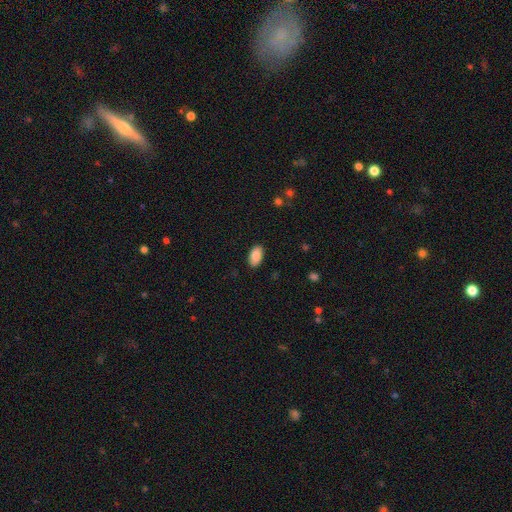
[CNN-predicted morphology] smooth_or_featured: smooth (p=0.88) [alt: star or artifact p=0.07]
how_rounded: in between (p=0.95) [alt: round p=0.03]
merging: none (p=0.88) [alt: minor disturbance p=0.09]